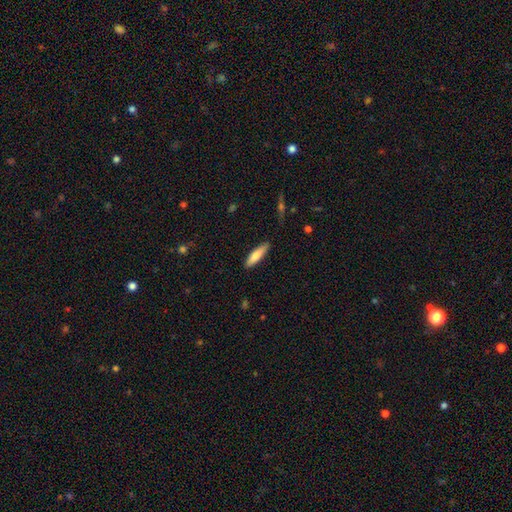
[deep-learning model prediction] A smooth galaxy with no disk features (78%) that is cigar-shaped (71%).

Vote fractions:
- Smooth or featured? smooth: 78% / featured or disk: 16% / star or artifact: 6%
- How rounded? cigar-shaped: 71% / in between: 28% / round: 1%
- Merging? none: 87% / minor disturbance: 10% / major disturbance: 2% / merger: 1%